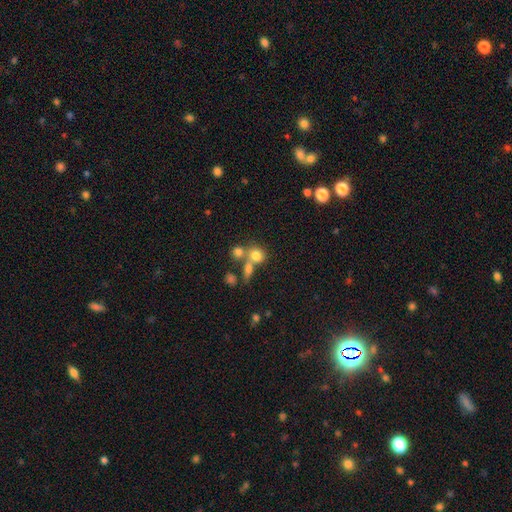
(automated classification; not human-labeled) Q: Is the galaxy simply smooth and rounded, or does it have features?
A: smooth — 74%.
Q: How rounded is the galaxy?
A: round — 70%.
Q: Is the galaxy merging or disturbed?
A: none — 43%.